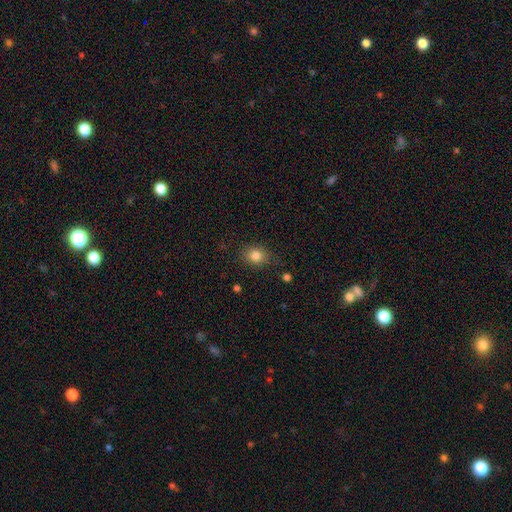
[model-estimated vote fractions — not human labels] Morphology: type=smooth (82%); roundness=round (58%); merging=none (83%).